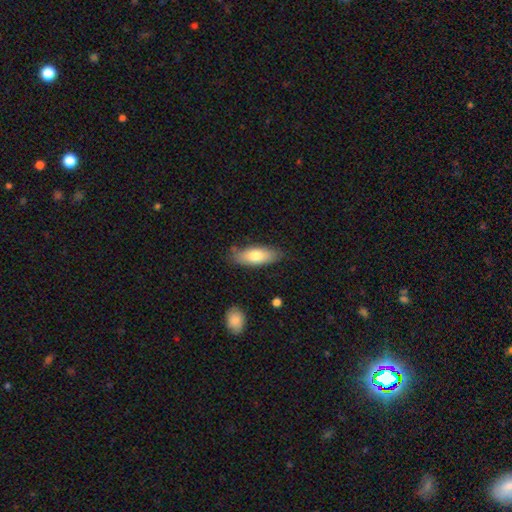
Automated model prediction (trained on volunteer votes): smooth-or-featured: smooth: 73% | featured or disk: 21% | star or artifact: 6%
  how-rounded: in between: 73% | cigar-shaped: 25% | round: 2%
  merging: none: 79% | minor disturbance: 16% | major disturbance: 3% | merger: 2%